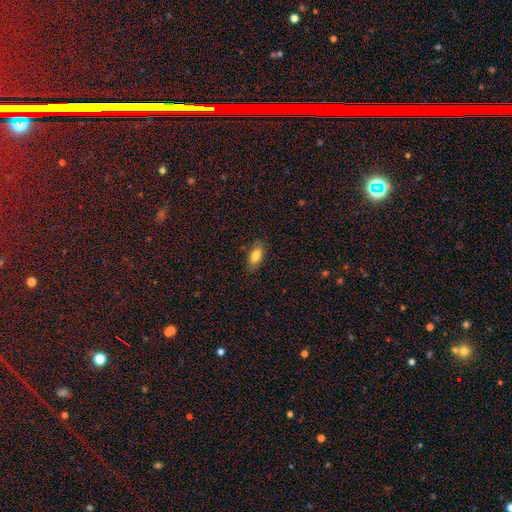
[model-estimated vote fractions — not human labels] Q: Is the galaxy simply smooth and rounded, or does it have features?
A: smooth — 81%.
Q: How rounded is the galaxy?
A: in between — 86%.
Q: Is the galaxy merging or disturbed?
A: none — 85%.